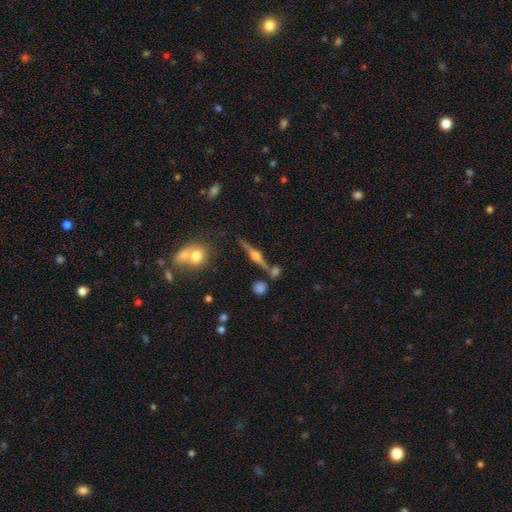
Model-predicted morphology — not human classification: Smooth or featured? Predicted: featured or disk (p=0.81). Edge-on disk? Predicted: yes (p=0.97). Edge-on bulge? Predicted: rounded (p=0.93). Merging? Predicted: none (p=0.79).